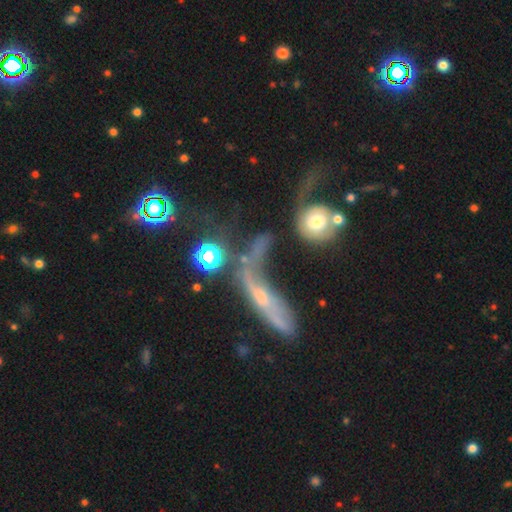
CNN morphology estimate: smooth_or_featured: featured or disk (p=0.55) [alt: smooth p=0.28]
disk_edge_on: no (p=0.57) [alt: yes p=0.43]
merging: merger (p=0.35) [alt: none p=0.29]